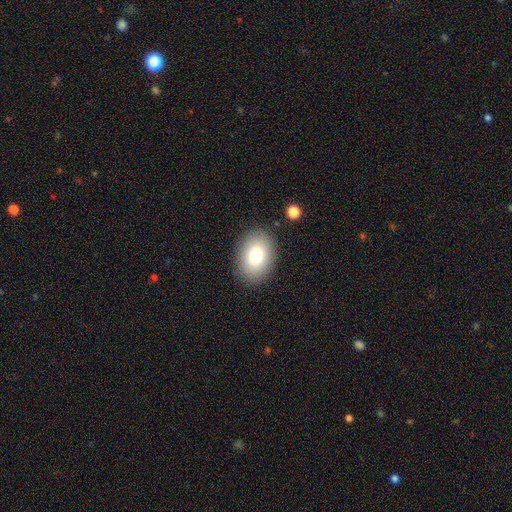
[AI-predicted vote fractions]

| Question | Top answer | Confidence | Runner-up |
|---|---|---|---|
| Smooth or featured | smooth | 84% | featured or disk (9%) |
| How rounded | in between | 84% | round (15%) |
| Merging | none | 88% | minor disturbance (8%) |